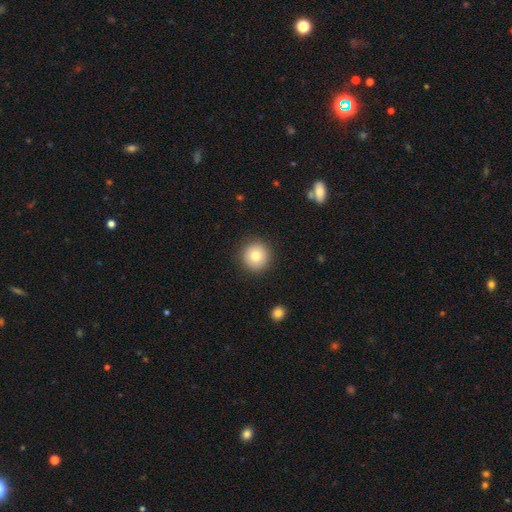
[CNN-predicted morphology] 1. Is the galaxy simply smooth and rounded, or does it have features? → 80% smooth, 10% featured or disk, 10% star or artifact.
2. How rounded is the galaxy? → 95% round, 4% in between, 1% cigar-shaped.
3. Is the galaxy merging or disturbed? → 91% none, 6% minor disturbance, 2% major disturbance, 1% merger.